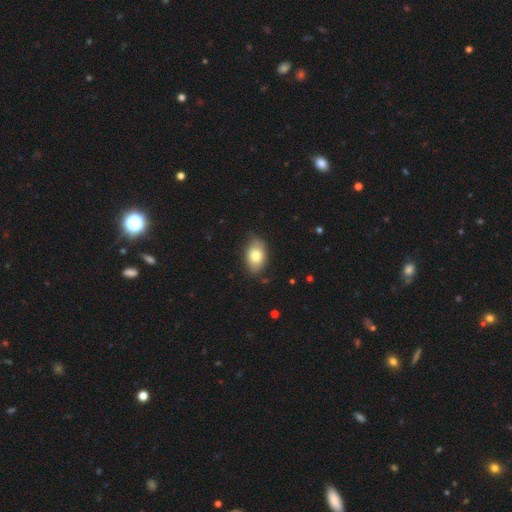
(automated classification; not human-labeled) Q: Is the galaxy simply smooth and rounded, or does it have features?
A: smooth — 79%.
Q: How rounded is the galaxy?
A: in between — 88%.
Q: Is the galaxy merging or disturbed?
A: none — 81%.